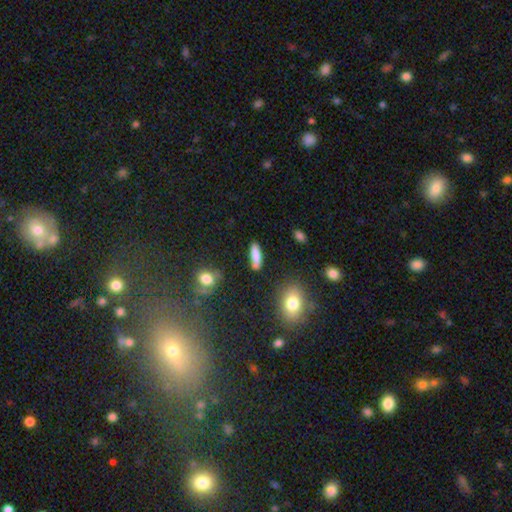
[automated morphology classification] Smooth or featured: smooth — 80% (featured or disk — 12%)
How rounded: cigar-shaped — 64% (in between — 33%)
Merging: none — 77% (minor disturbance — 14%)